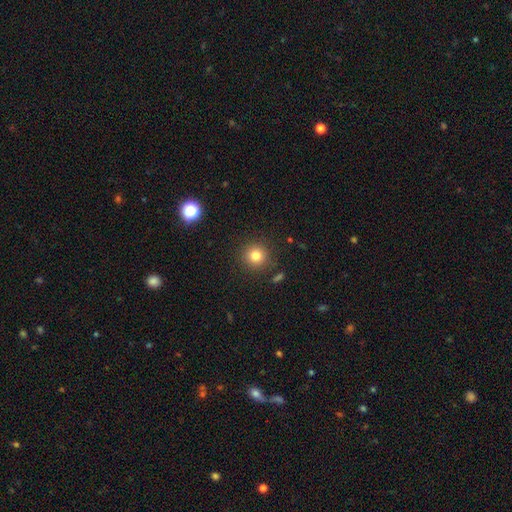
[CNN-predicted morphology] type=smooth (80%); roundness=round (94%); merging=none (89%).